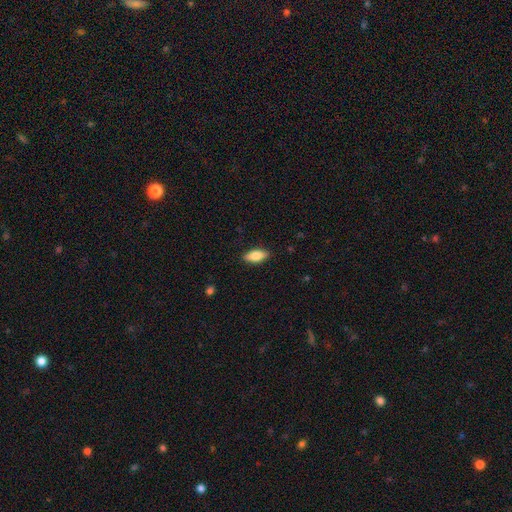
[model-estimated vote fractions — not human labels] A smooth galaxy with no disk features (77%) that is in between round and cigar-shaped (80%).

Vote fractions:
- Smooth or featured? smooth: 77% / featured or disk: 17% / star or artifact: 6%
- How rounded? in between: 80% / cigar-shaped: 17% / round: 3%
- Merging? none: 88% / minor disturbance: 9% / major disturbance: 2% / merger: 1%